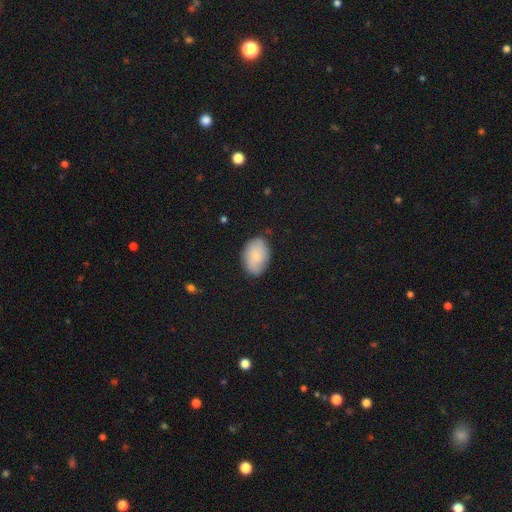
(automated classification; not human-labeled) The model was most divided on "merging": none: 80%, minor disturbance: 16%, major disturbance: 3%, merger: 1%. More confident: how rounded — in between (89%); smooth or featured — smooth (80%).